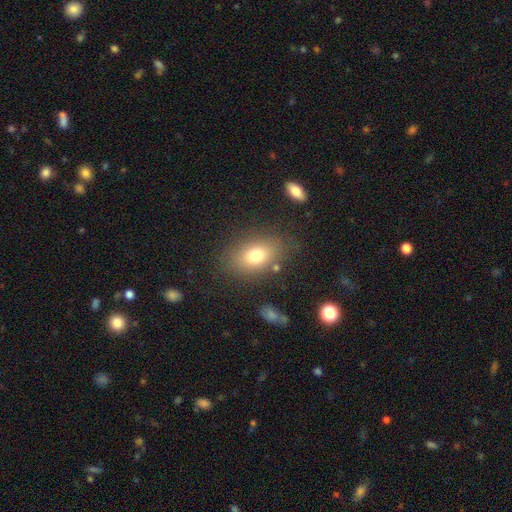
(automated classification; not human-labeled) A smooth galaxy with no disk features (76%) that is in between round and cigar-shaped (82%). Merging: none (79%).